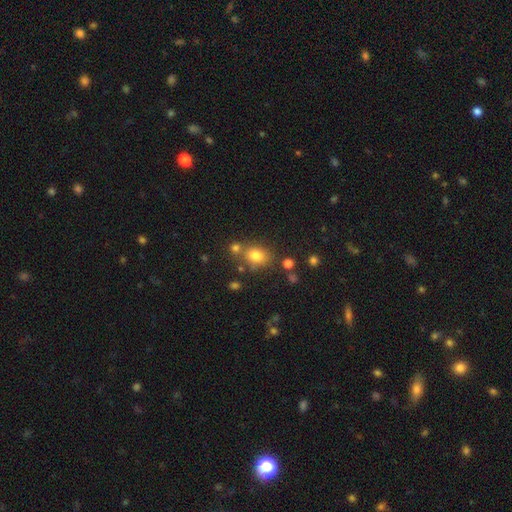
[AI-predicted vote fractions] smooth 77%, star or artifact 13%, featured or disk 9%. Down the decision tree: how rounded — in between (53%); merging — none (64%).